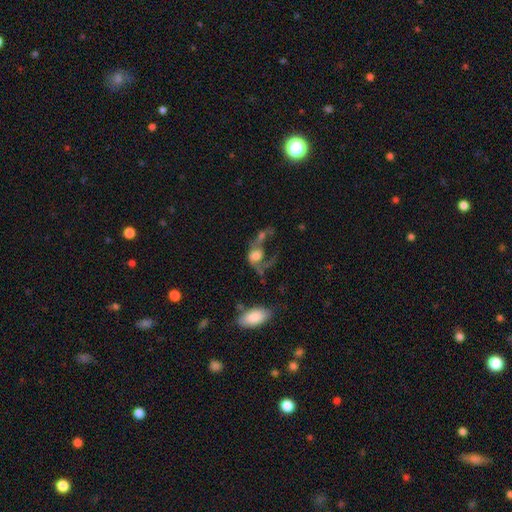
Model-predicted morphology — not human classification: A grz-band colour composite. It shows a featured or disk galaxy (50%). Merging: major disturbance (44%).